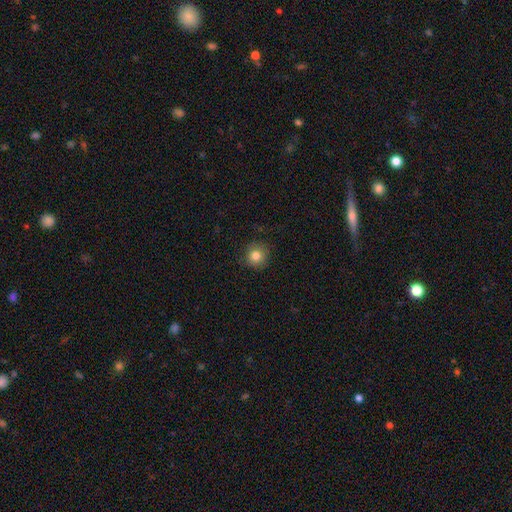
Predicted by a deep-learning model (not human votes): This appears to be a smooth galaxy with no disk features (82%) that is round (91%). Merging: none (87%).